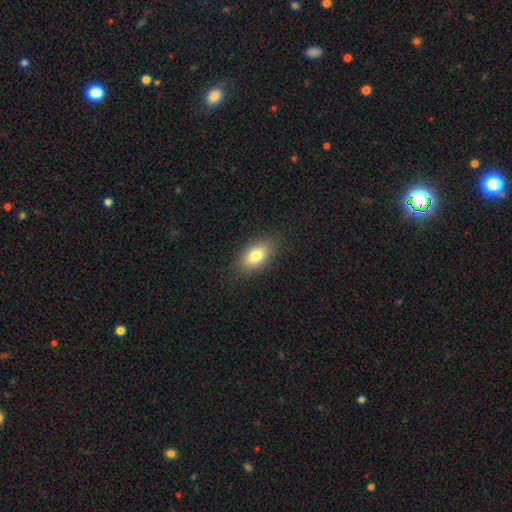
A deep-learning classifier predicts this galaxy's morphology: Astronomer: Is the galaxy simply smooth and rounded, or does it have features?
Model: smooth — 80%.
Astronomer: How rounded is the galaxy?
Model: in between — 87%.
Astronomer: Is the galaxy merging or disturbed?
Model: none — 86%.